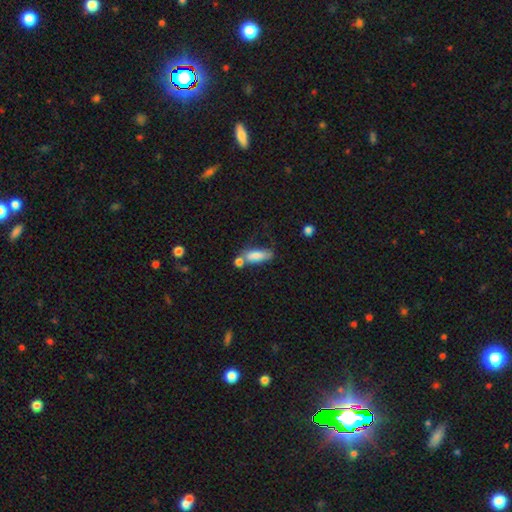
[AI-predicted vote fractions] Smooth or featured: smooth — 79% (featured or disk — 14%)
How rounded: in between — 66% (cigar-shaped — 31%)
Merging: none — 41% (merger — 31%)